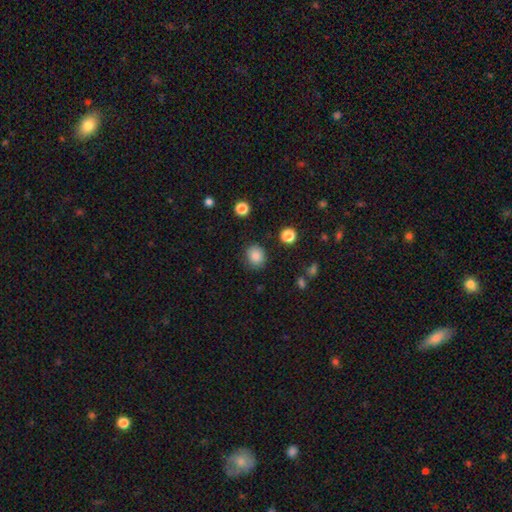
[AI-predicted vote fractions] The model was most divided on "how rounded": round: 74%, in between: 25%, cigar-shaped: 1%. More confident: merging — none (86%); smooth or featured — smooth (85%).